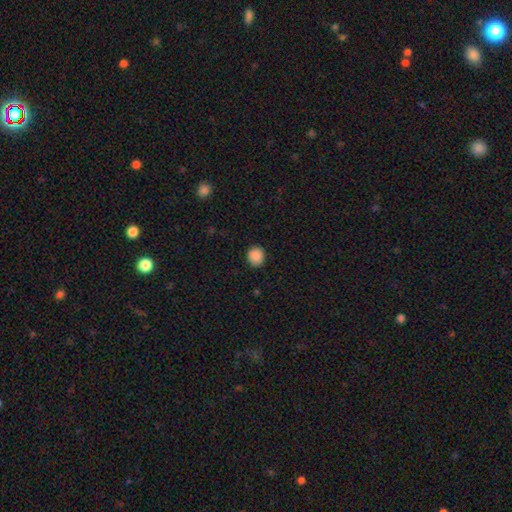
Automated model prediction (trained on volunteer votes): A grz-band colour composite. It shows a smooth galaxy with no disk features (89%) that is round (82%). Merging: none (89%).